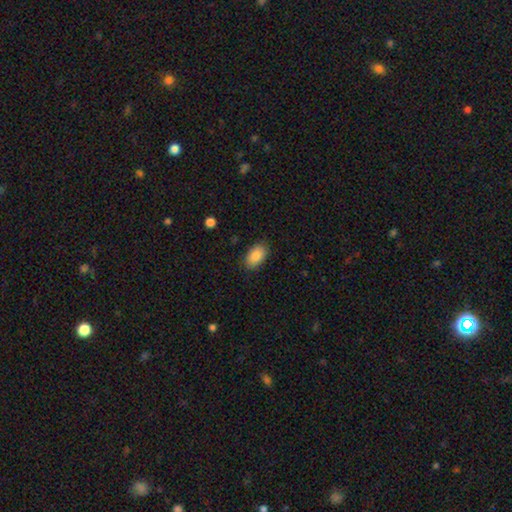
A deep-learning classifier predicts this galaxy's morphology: type=smooth (87%); roundness=in between (92%); merging=none (86%).